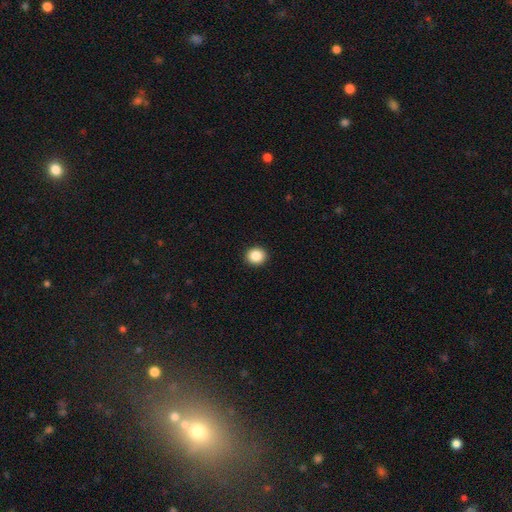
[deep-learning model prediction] smooth 87%, star or artifact 9%, featured or disk 4%. Down the decision tree: how rounded — round (86%); merging — none (93%).